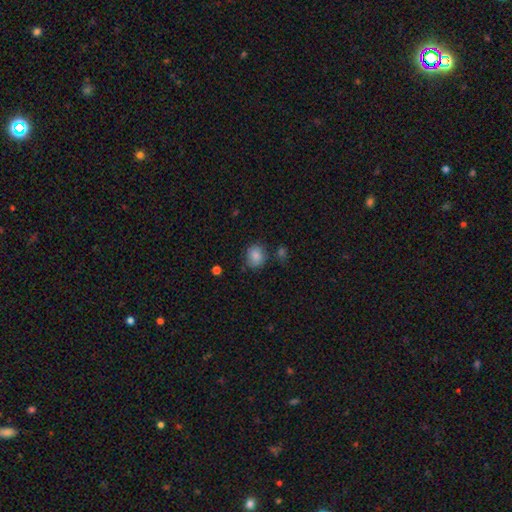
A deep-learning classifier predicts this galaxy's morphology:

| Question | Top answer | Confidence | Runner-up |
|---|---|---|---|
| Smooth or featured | smooth | 84% | star or artifact (9%) |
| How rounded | round | 71% | in between (28%) |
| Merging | none | 74% | minor disturbance (16%) |